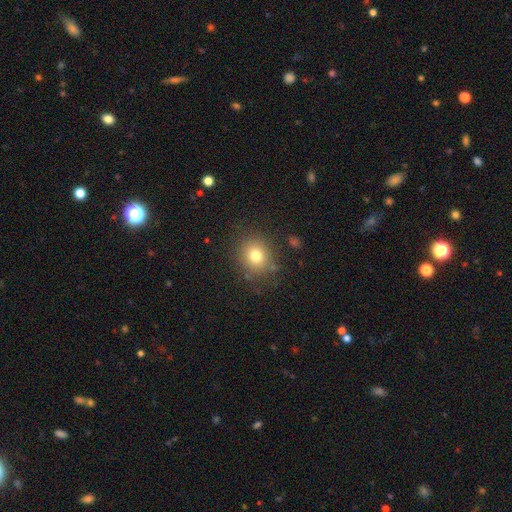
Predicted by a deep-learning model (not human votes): Morphology: type=smooth (76%); roundness=round (80%); merging=none (83%).